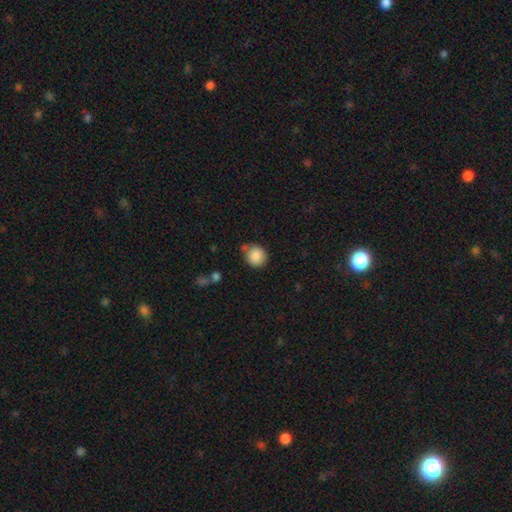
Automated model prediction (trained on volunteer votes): Overall: smooth (88%). How rounded: round (81%). Merging: none (72%).